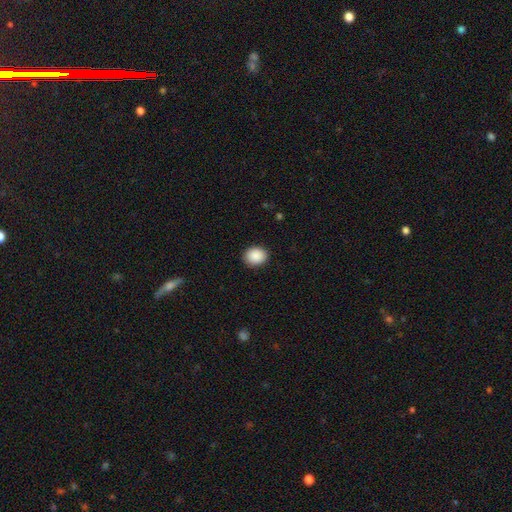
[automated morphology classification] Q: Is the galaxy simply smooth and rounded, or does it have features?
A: smooth — 89%.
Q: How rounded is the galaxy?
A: round — 59%.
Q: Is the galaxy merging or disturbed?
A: none — 90%.